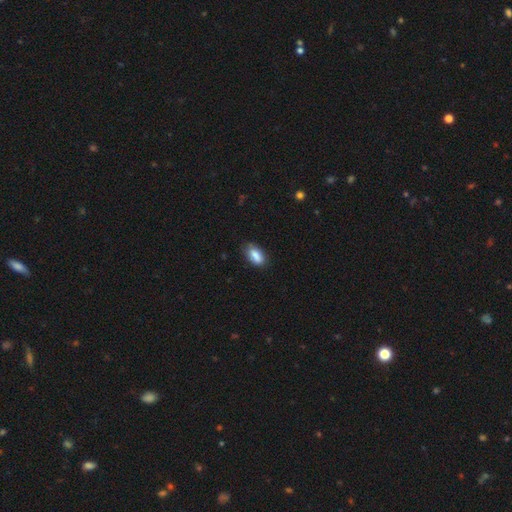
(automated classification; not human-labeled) A smooth galaxy with no disk features (84%) that is in between round and cigar-shaped (88%).

Vote fractions:
- Smooth or featured? smooth: 84% / featured or disk: 8% / star or artifact: 7%
- How rounded? in between: 88% / cigar-shaped: 8% / round: 4%
- Merging? none: 70% / minor disturbance: 24% / major disturbance: 4% / merger: 2%